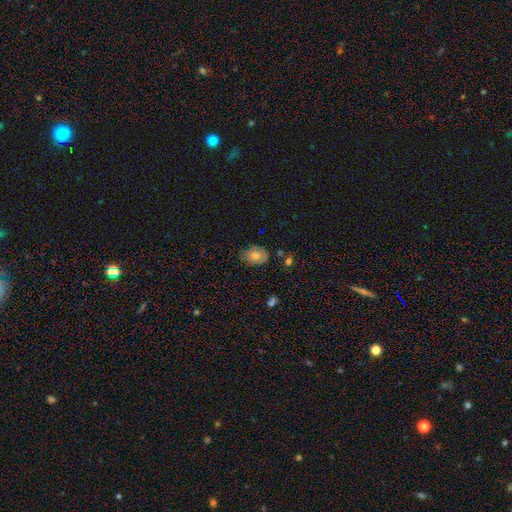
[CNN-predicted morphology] Smooth or featured?
  - smooth: 66% *
  - featured or disk: 23%
  - star or artifact: 11%
How rounded?
  - in between: 75% *
  - round: 24%
  - cigar-shaped: 1%
Merging?
  - none: 67% *
  - minor disturbance: 26%
  - major disturbance: 5%
  - merger: 2%